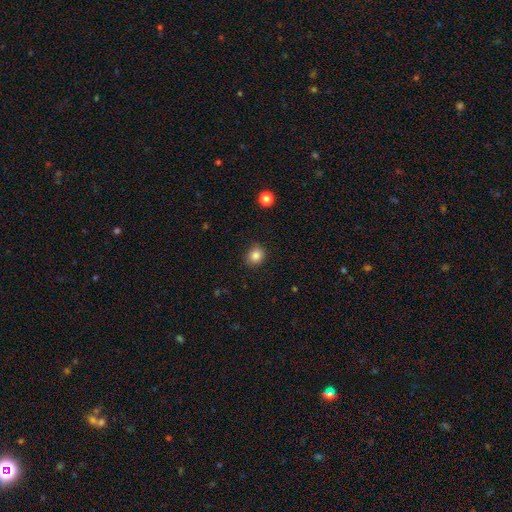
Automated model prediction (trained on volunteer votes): Smooth or featured: smooth — 85% (star or artifact — 11%)
How rounded: round — 75% (in between — 24%)
Merging: none — 86% (minor disturbance — 11%)